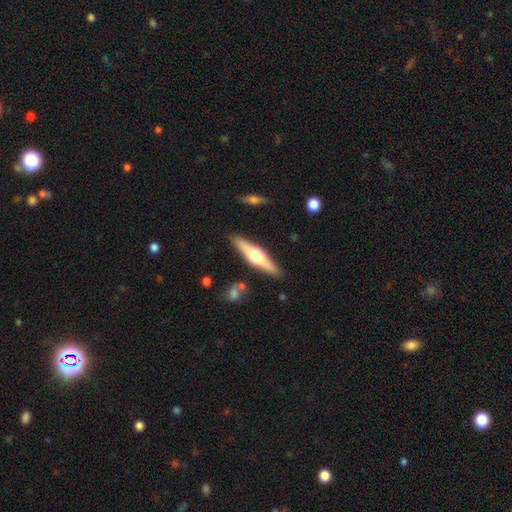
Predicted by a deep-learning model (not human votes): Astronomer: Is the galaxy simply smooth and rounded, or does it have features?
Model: featured or disk — 61%.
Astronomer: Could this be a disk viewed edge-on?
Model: yes — 95%.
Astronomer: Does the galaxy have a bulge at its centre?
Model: rounded — 93%.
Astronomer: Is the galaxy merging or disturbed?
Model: none — 87%.